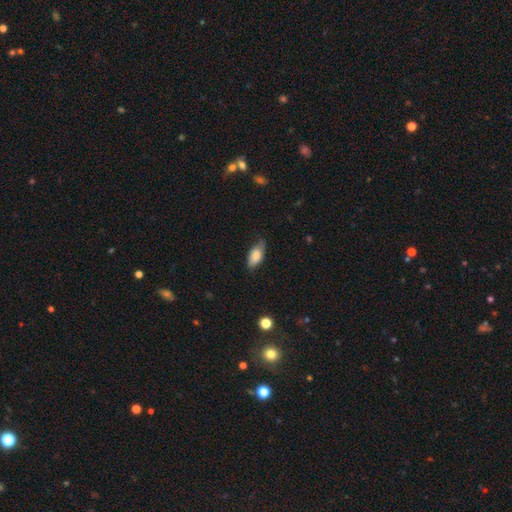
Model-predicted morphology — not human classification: Smooth or featured: smooth — 82% (featured or disk — 12%)
How rounded: in between — 89% (cigar-shaped — 8%)
Merging: none — 65% (minor disturbance — 28%)